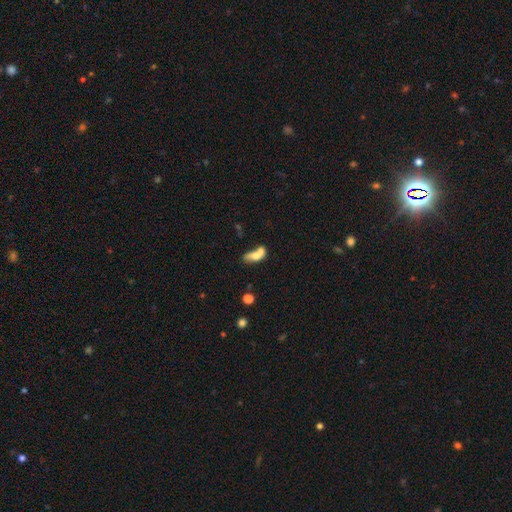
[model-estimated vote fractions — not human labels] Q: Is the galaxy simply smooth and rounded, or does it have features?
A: smooth — 65%.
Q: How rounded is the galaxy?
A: in between — 74%.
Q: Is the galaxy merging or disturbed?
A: merger — 59%.